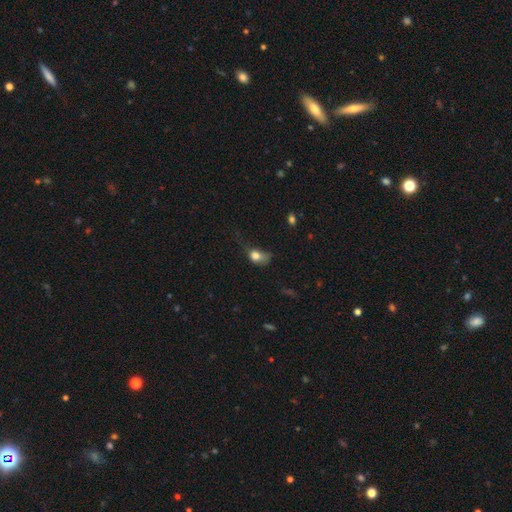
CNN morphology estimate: Smooth or featured? Predicted: smooth (p=0.75). How rounded? Predicted: in between (p=0.63). Merging? Predicted: major disturbance (p=0.47).